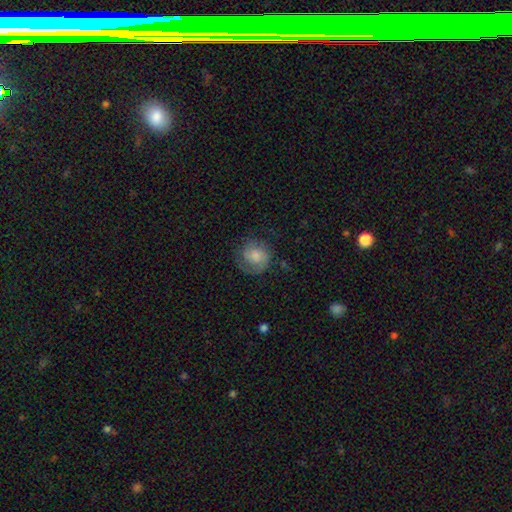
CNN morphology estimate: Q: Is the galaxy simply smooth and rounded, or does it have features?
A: smooth — 49%.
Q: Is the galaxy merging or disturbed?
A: none — 65%.